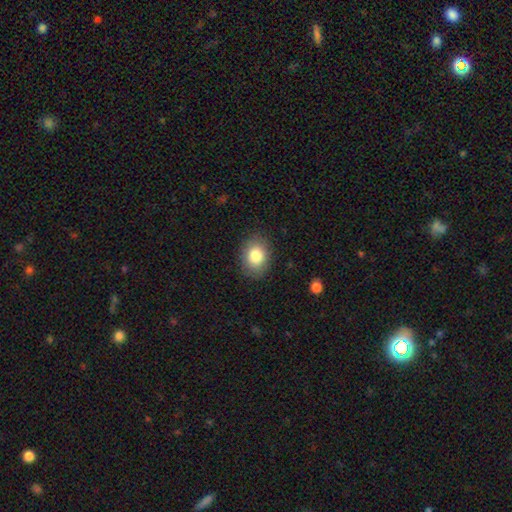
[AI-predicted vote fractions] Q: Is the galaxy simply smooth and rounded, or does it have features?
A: smooth — 83%.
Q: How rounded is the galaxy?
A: in between — 64%.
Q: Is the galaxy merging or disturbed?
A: none — 86%.